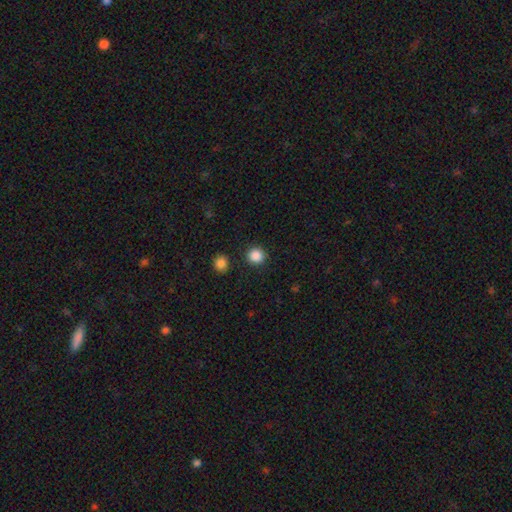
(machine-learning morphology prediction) Smooth or featured? Predicted: smooth (p=0.87). How rounded? Predicted: round (p=0.94). Merging? Predicted: none (p=0.91).